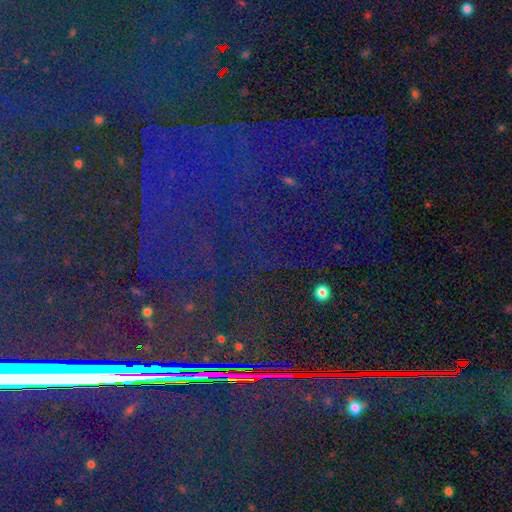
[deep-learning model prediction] Smooth or featured: star or artifact — 87% (featured or disk — 7%)